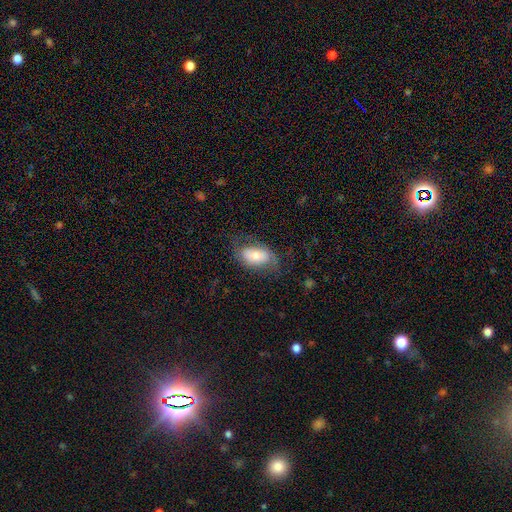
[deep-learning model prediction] A smooth galaxy with no disk features (60%) that is in between round and cigar-shaped (91%). Merging: none (61%).